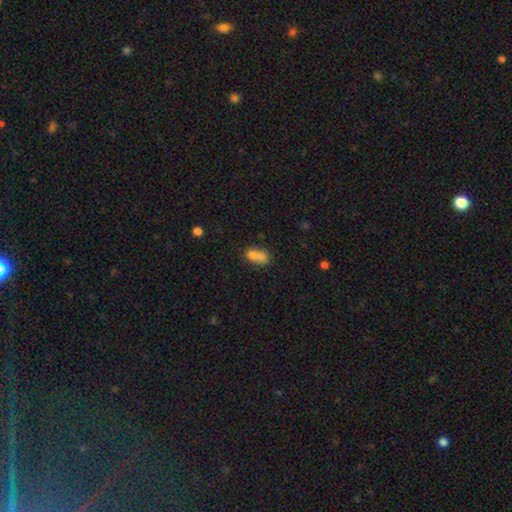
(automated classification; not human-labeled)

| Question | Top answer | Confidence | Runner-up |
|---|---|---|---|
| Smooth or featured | smooth | 75% | featured or disk (14%) |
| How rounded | in between | 76% | round (20%) |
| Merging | merger | 46% | none (32%) |